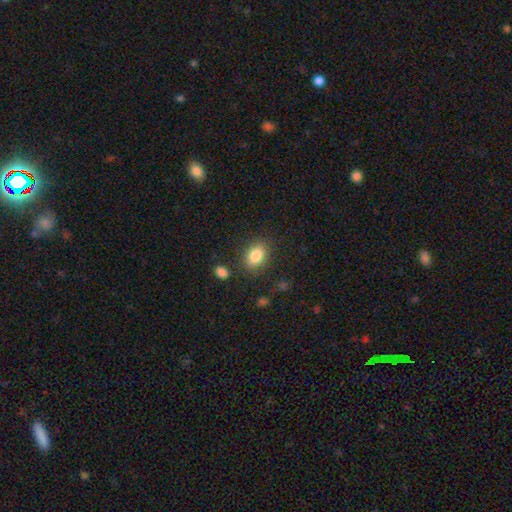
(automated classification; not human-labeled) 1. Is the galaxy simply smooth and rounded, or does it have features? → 84% smooth, 9% star or artifact, 7% featured or disk.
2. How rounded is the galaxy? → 75% in between, 23% round, 1% cigar-shaped.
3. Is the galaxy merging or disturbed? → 80% none, 12% minor disturbance, 4% major disturbance, 3% merger.